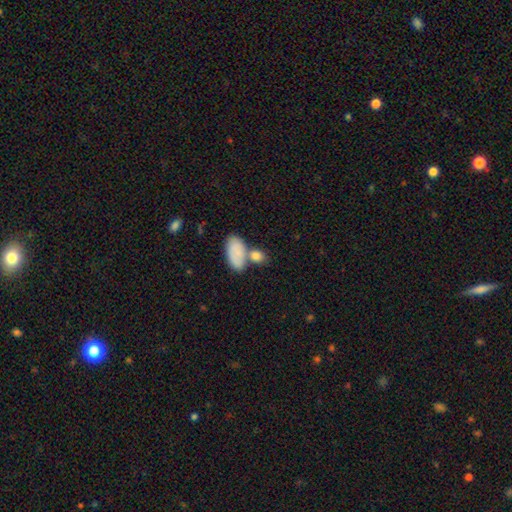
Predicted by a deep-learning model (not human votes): This appears to be a smooth galaxy with no disk features (84%) that is in between round and cigar-shaped (77%). Merging: none (47%).